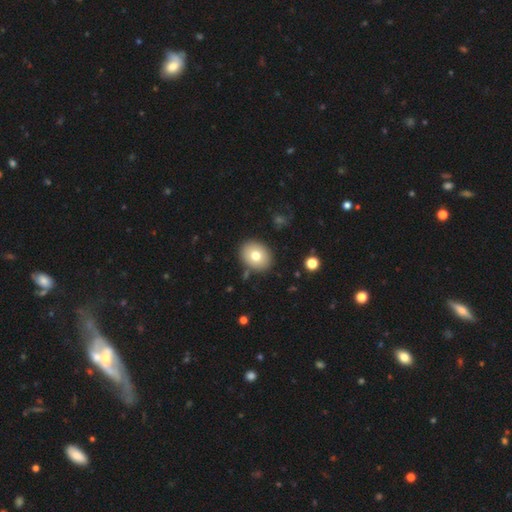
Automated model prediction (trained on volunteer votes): smooth-or-featured: smooth: 76% | featured or disk: 15% | star or artifact: 9%
  how-rounded: in between: 52% | round: 47% | cigar-shaped: 1%
  merging: none: 87% | minor disturbance: 8% | major disturbance: 2% | merger: 2%